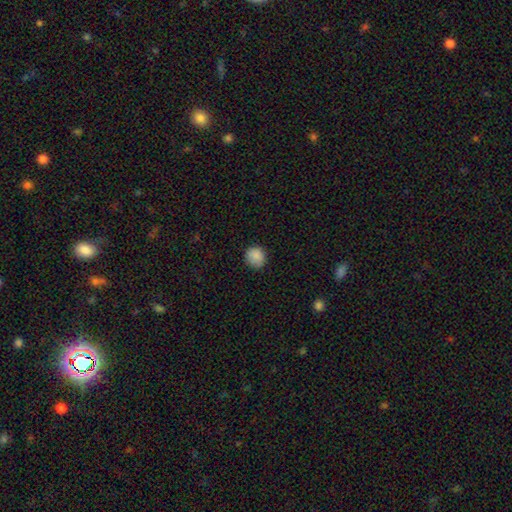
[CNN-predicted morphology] The model was most divided on "merging": none: 82%, minor disturbance: 14%, major disturbance: 3%, merger: 1%. More confident: smooth or featured — smooth (87%); how rounded — round (85%).